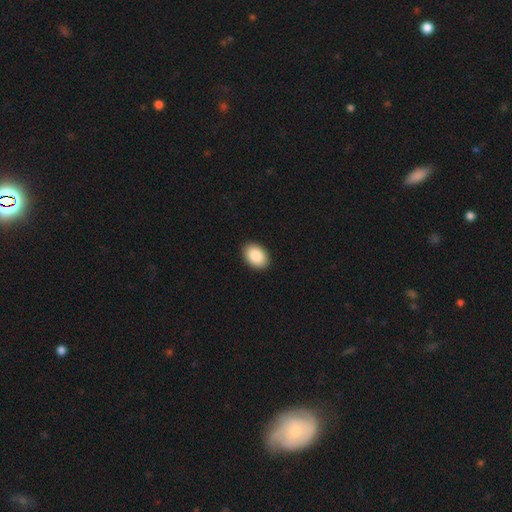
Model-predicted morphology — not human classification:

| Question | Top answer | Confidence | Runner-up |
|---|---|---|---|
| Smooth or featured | smooth | 89% | star or artifact (7%) |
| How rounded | in between | 86% | round (13%) |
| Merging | none | 92% | minor disturbance (6%) |